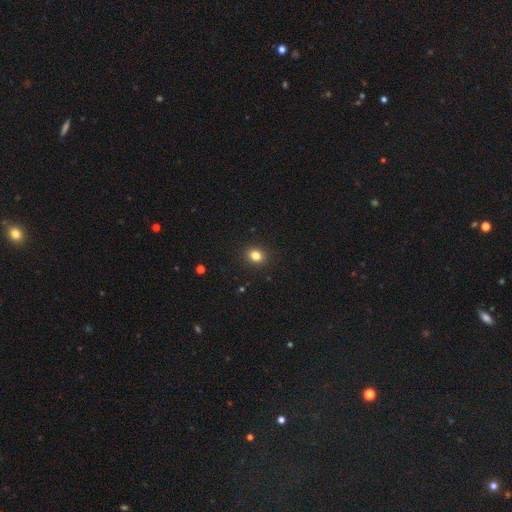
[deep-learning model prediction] Morphology: type=smooth (82%); roundness=round (60%); merging=none (91%).